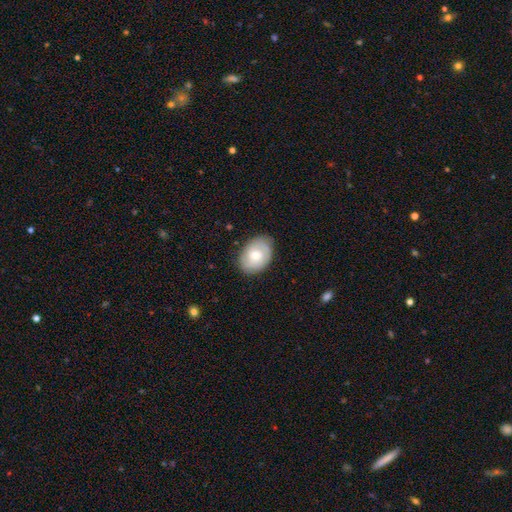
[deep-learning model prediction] Smooth or featured: featured or disk — 50% (smooth — 43%)
Edge-on disk: no — 95% (yes — 5%)
Merging: none — 81% (minor disturbance — 15%)